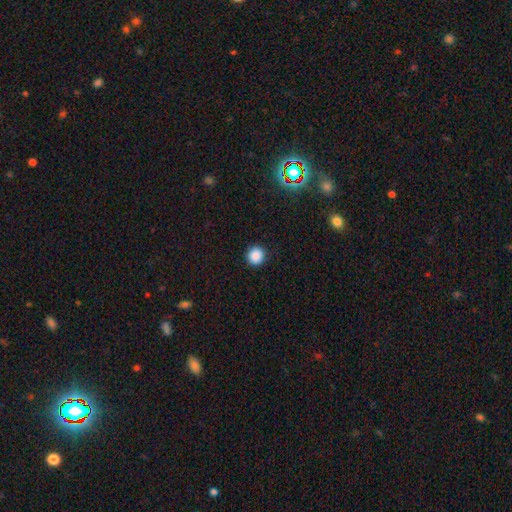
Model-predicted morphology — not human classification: Smooth or featured? Predicted: smooth (p=0.87). How rounded? Predicted: round (p=0.93). Merging? Predicted: none (p=0.92).